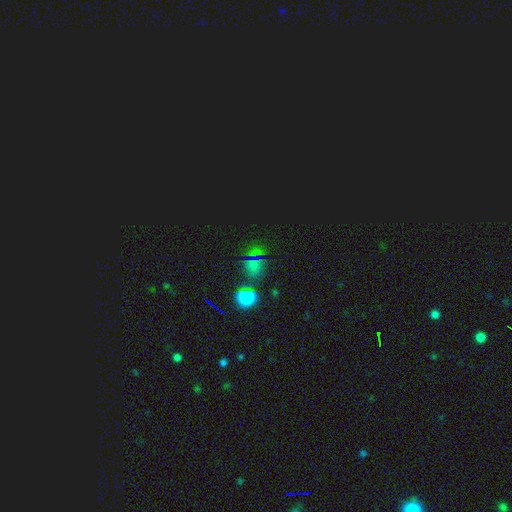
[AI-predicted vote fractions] Smooth or featured?
  - star or artifact: 60% *
  - smooth: 32%
  - featured or disk: 8%